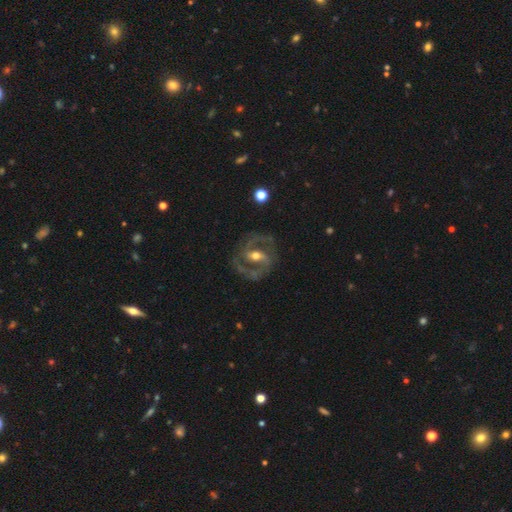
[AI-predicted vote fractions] A featured or disk galaxy (90%) with a strong bar (44%), 2 (88%) medium (59%) spiral arms (96%) and a moderate central bulge (68%).

Vote fractions:
- Smooth or featured? featured or disk: 90% / smooth: 5% / star or artifact: 5%
- Edge-on disk? no: 97% / yes: 3%
- Bar? strong: 44% / weak: 38% / no: 18%
- Spiral arms? yes: 96% / no: 4%
- Spiral winding? medium: 59% / tight: 27% / loose: 14%
- Spiral arm count? 2: 88% / 3: 4% / can't tell: 3% / 1: 2% / 4: 1% / more than 4: 1%
- Bulge size? moderate: 68% / small: 25% / large: 5% / none: 1% / dominant: 1%
- Merging? none: 76% / minor disturbance: 14% / major disturbance: 8% / merger: 2%